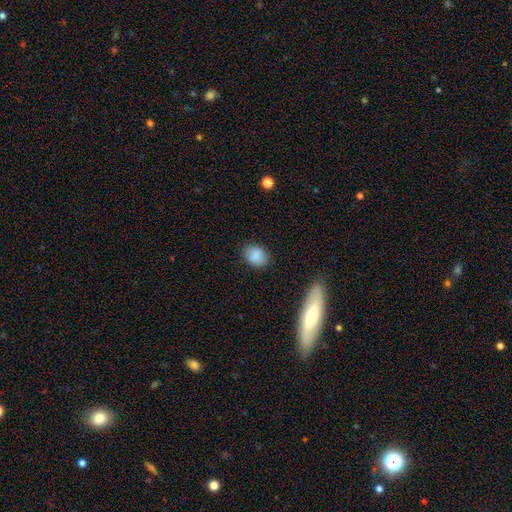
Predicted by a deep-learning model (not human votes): This is clearly a smooth galaxy (85%). How rounded: likely in between (68%). Merging: clearly none (80%).